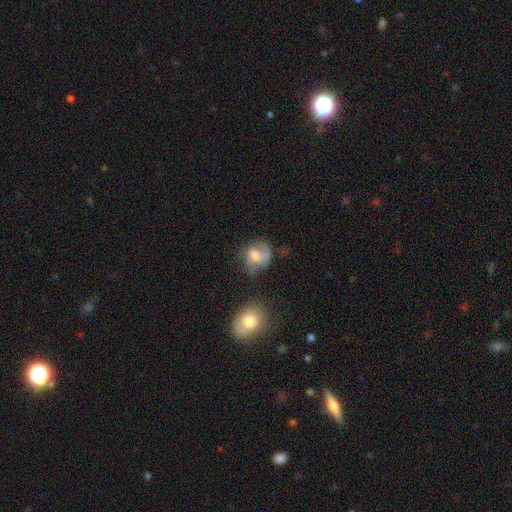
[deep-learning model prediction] Smooth or featured? smooth (45%, tied with featured or disk)
Merging? none (42%)